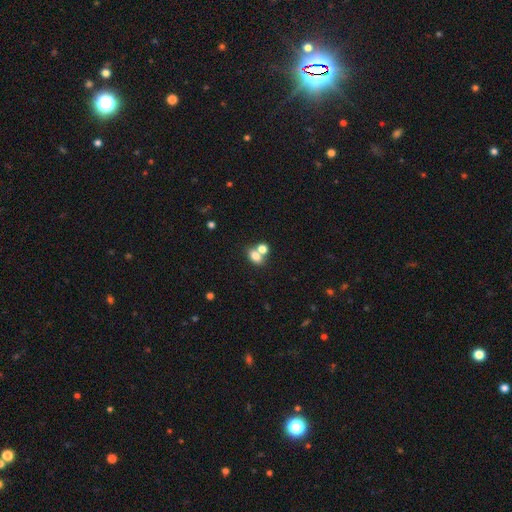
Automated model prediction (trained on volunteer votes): This appears to be a smooth galaxy with no disk features (76%) that is in between round and cigar-shaped (69%). Merging: merger (48%).